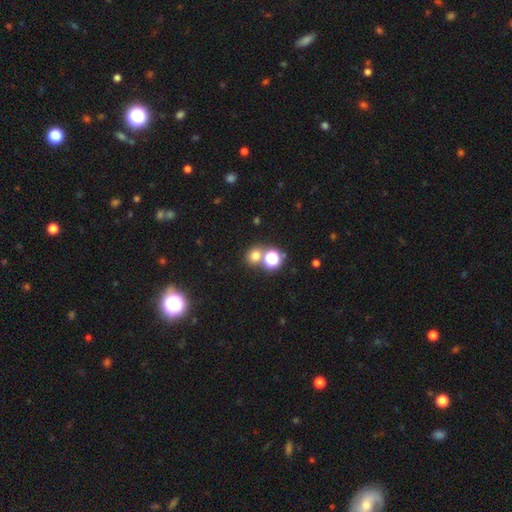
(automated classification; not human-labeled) Smooth or featured? smooth (70%)
How rounded? round (77%)
Merging? none (63%)